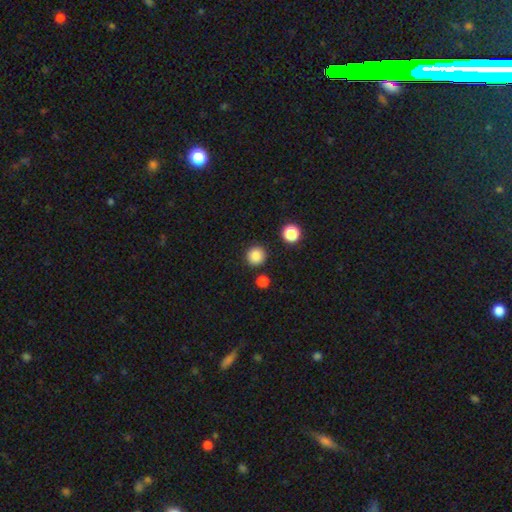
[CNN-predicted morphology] This is clearly a smooth galaxy (86%). How rounded: clearly round (95%). Merging: clearly none (89%).